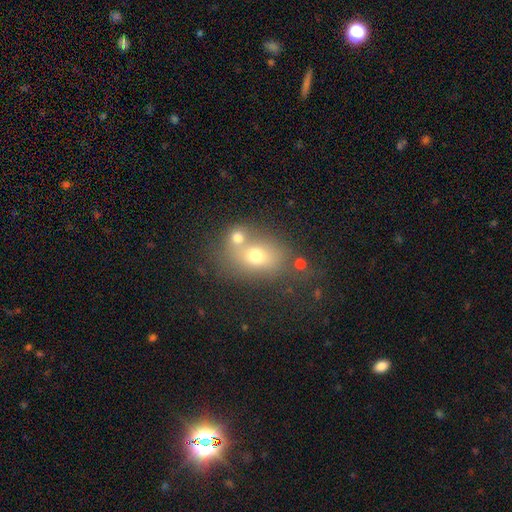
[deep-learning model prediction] Smooth or featured?
  - smooth: 65% *
  - featured or disk: 20%
  - star or artifact: 14%
How rounded?
  - in between: 58% *
  - round: 40%
  - cigar-shaped: 1%
Merging?
  - none: 42% *
  - merger: 39%
  - minor disturbance: 13%
  - major disturbance: 6%